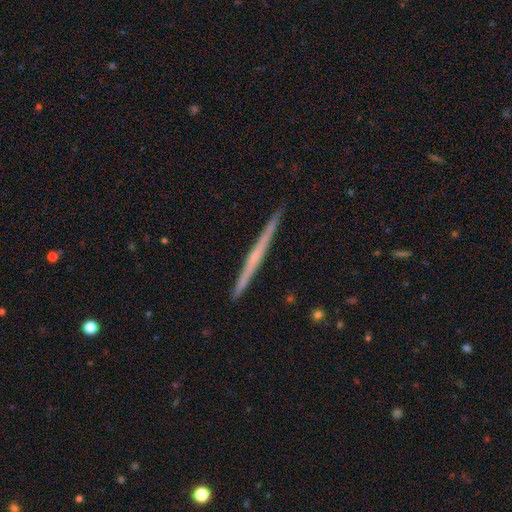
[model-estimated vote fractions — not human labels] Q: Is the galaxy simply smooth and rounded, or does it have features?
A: featured or disk — 64%.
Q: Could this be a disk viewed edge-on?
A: yes — 98%.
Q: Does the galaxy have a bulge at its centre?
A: none — 75%.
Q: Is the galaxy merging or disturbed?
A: none — 92%.